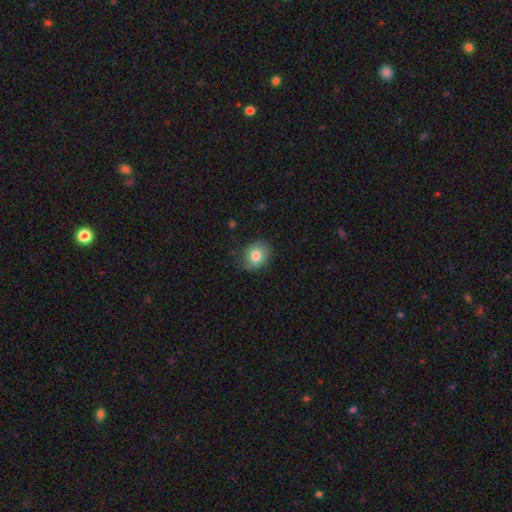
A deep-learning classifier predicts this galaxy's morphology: This appears to be a smooth galaxy with no disk features (80%) that is round (62%). Merging: none (75%).